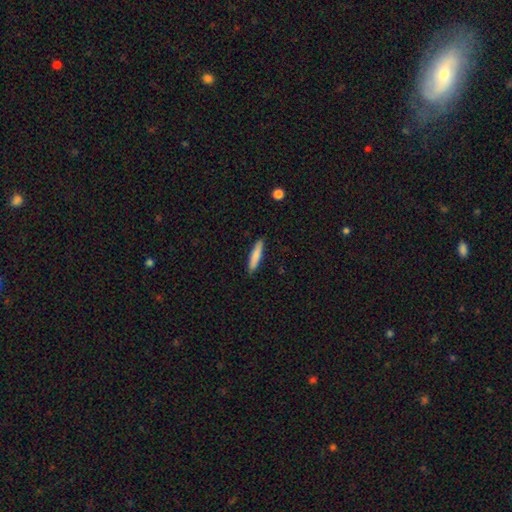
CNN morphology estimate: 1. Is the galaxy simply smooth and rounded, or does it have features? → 79% smooth, 15% featured or disk, 6% star or artifact.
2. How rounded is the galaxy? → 88% cigar-shaped, 11% in between, 1% round.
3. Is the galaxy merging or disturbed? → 90% none, 8% minor disturbance, 1% major disturbance, 1% merger.